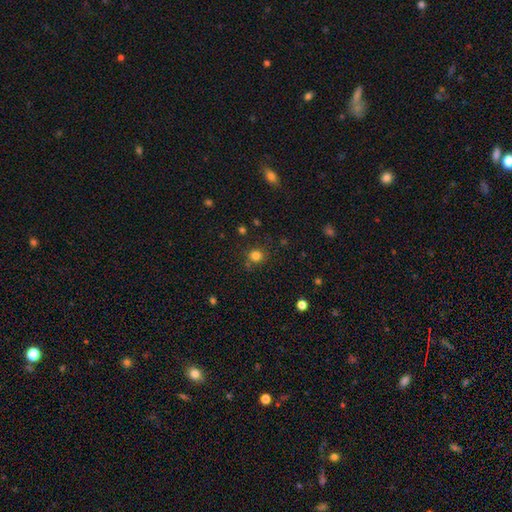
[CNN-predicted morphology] Smooth or featured? Predicted: smooth (p=0.80). How rounded? Predicted: round (p=0.87). Merging? Predicted: none (p=0.79).